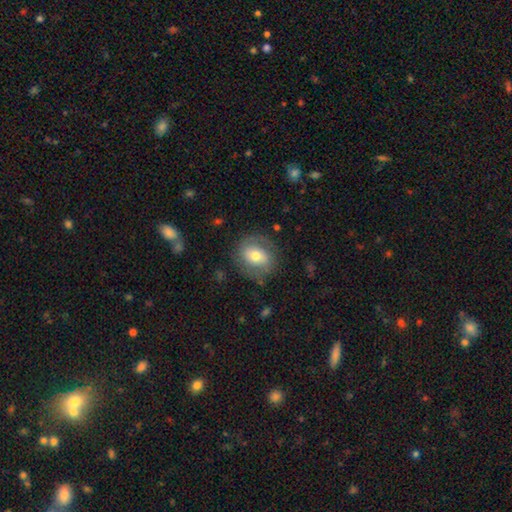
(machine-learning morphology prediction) Smooth or featured?
  - smooth: 52% *
  - featured or disk: 41%
  - star or artifact: 7%
How rounded?
  - round: 62% *
  - in between: 37%
  - cigar-shaped: 1%
Merging?
  - none: 76% *
  - minor disturbance: 15%
  - major disturbance: 8%
  - merger: 1%